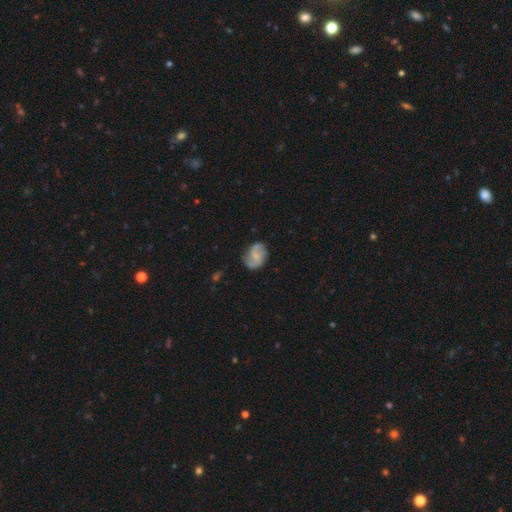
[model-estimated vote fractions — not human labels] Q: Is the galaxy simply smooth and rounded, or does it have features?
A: featured or disk — 64%.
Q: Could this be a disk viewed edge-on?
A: no — 98%.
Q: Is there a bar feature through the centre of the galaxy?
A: no — 48%.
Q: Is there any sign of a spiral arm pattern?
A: yes — 90%.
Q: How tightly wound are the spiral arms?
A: medium — 43%.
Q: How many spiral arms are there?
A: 2 — 82%.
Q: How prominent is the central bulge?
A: none — 38%.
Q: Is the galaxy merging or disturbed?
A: none — 69%.